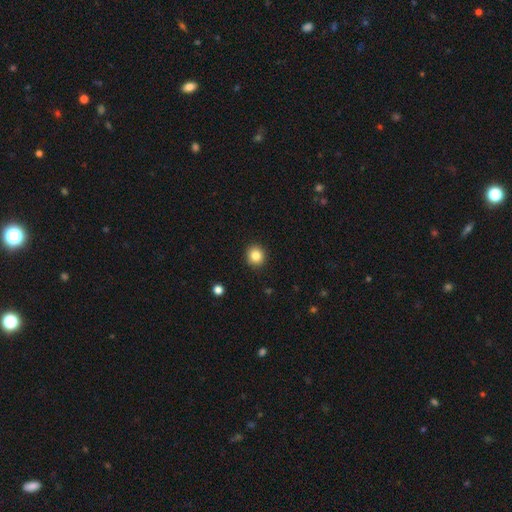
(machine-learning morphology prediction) Smooth or featured? smooth (83%)
How rounded? round (89%)
Merging? none (92%)